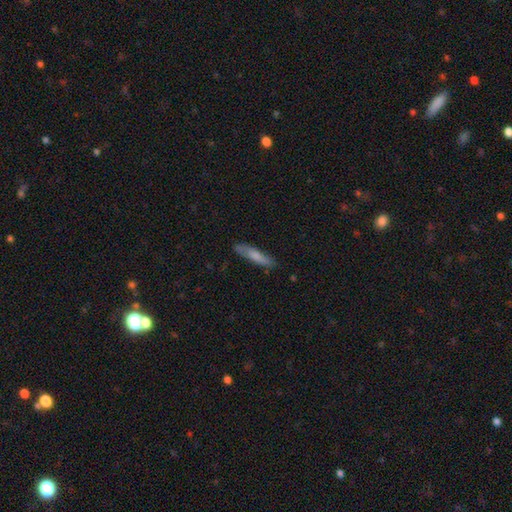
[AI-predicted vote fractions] Smooth or featured? smooth (69%)
How rounded? cigar-shaped (84%)
Merging? none (82%)